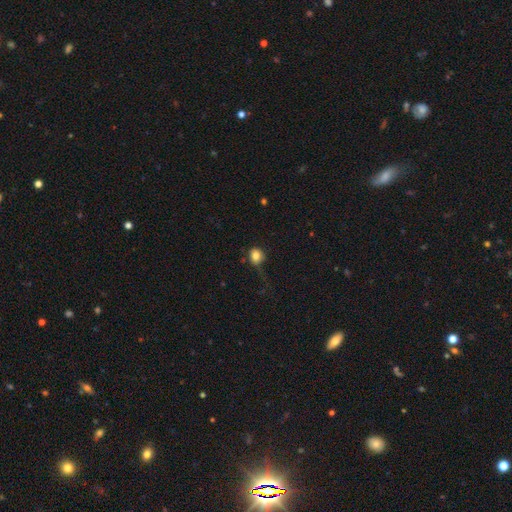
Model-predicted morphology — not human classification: This is clearly a smooth galaxy (82%). How rounded: likely round (74%). Merging: possibly none (53%).